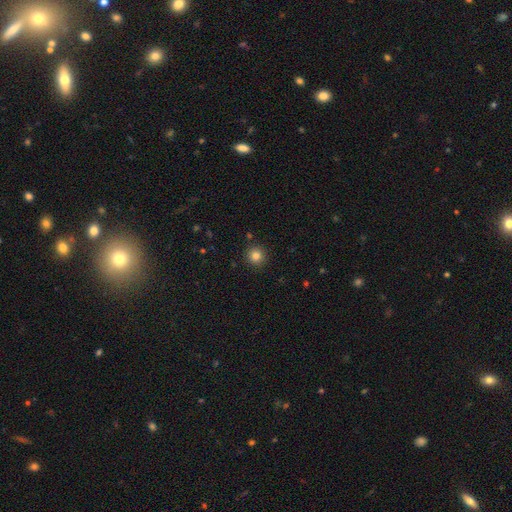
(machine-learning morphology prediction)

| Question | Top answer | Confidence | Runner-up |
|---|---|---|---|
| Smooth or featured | smooth | 82% | star or artifact (12%) |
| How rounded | round | 95% | in between (5%) |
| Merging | none | 91% | minor disturbance (5%) |